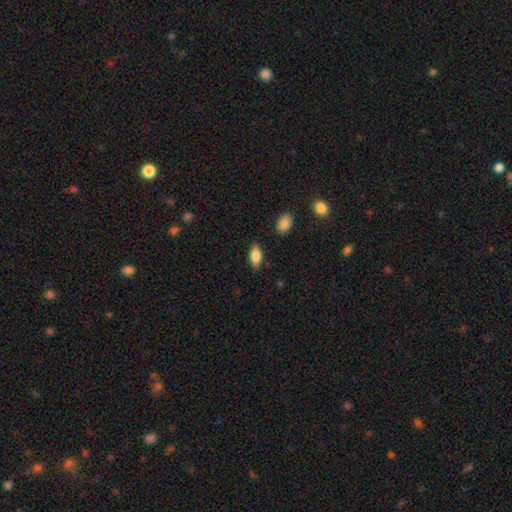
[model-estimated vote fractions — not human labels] Q: Smooth or featured?
A: smooth (79%); runner-up: featured or disk (14%)
Q: How rounded?
A: in between (87%); runner-up: cigar-shaped (9%)
Q: Merging?
A: none (82%); runner-up: minor disturbance (13%)